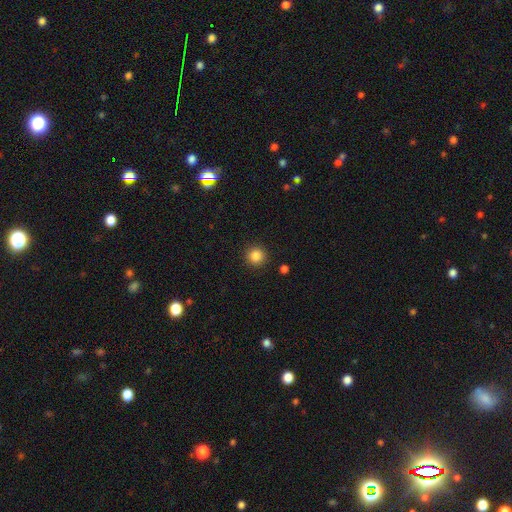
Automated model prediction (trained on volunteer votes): Smooth or featured: smooth — 85% (star or artifact — 11%)
How rounded: round — 95% (in between — 4%)
Merging: none — 92% (minor disturbance — 5%)